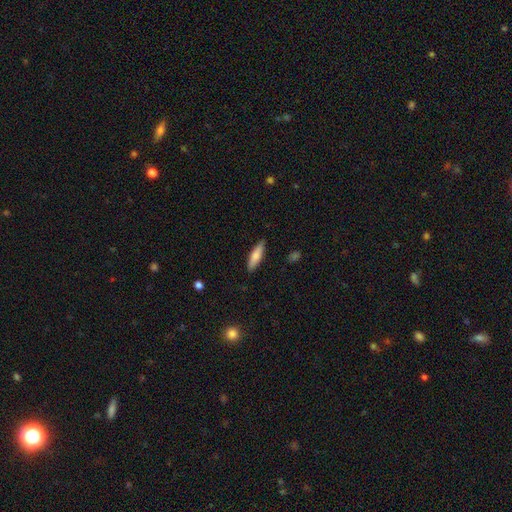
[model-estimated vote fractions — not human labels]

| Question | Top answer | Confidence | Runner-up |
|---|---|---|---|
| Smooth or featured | smooth | 72% | featured or disk (22%) |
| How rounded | cigar-shaped | 67% | in between (32%) |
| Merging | none | 87% | minor disturbance (10%) |